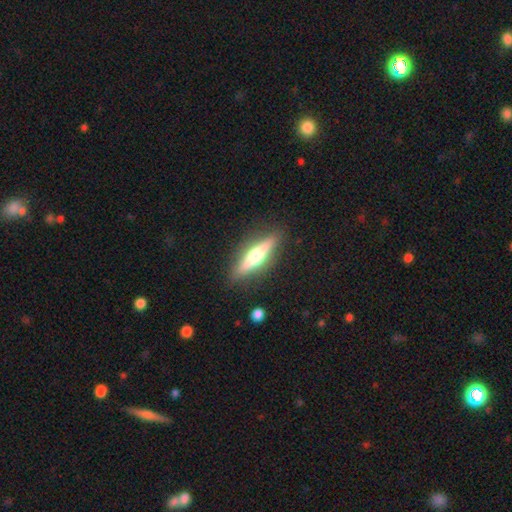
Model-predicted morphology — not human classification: Overall: featured or disk (61%; smooth 33%). Edge-on disk: yes (94%). Edge-on bulge: rounded (94%). Merging: none (88%).